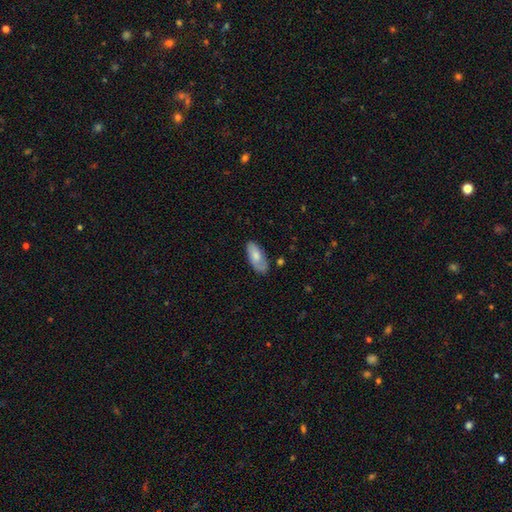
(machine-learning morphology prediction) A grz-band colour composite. It shows a smooth galaxy with no disk features (75%) that is in between round and cigar-shaped (89%). Merging: none (72%).